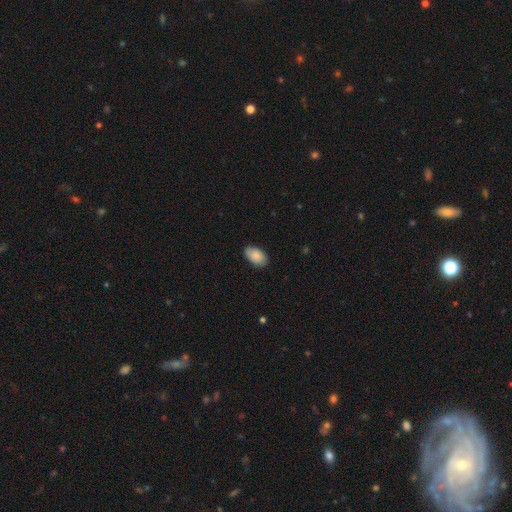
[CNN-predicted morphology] The model was most divided on "merging": none: 83%, minor disturbance: 14%, major disturbance: 2%, merger: 1%. More confident: how rounded — in between (93%); smooth or featured — smooth (88%).